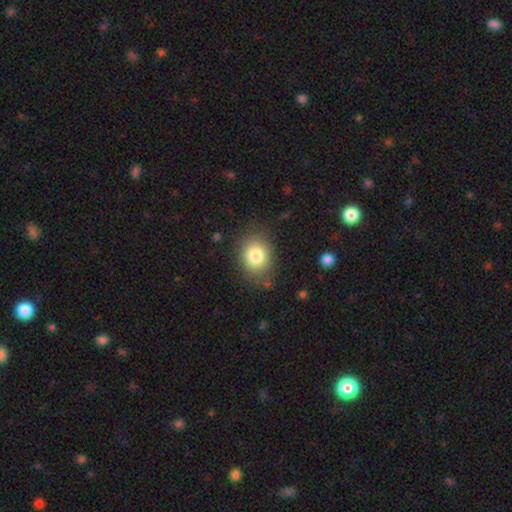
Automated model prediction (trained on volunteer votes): smooth_or_featured: smooth (p=0.83) [alt: star or artifact p=0.09]
how_rounded: round (p=0.53) [alt: in between p=0.46]
merging: none (p=0.78) [alt: minor disturbance p=0.15]